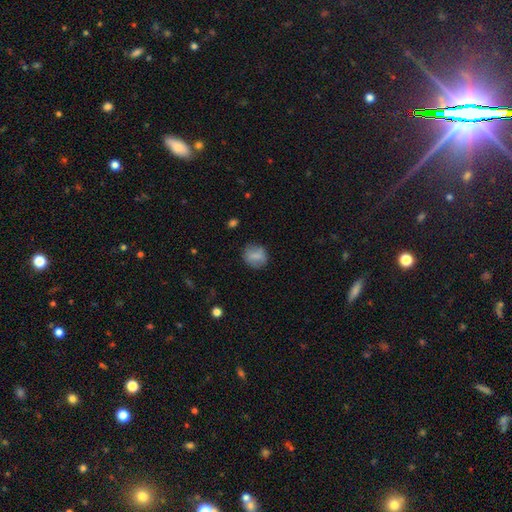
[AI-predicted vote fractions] smooth-or-featured: smooth: 79% | featured or disk: 13% | star or artifact: 8%
  how-rounded: round: 68% | in between: 31% | cigar-shaped: 2%
  merging: none: 79% | minor disturbance: 15% | major disturbance: 5% | merger: 2%